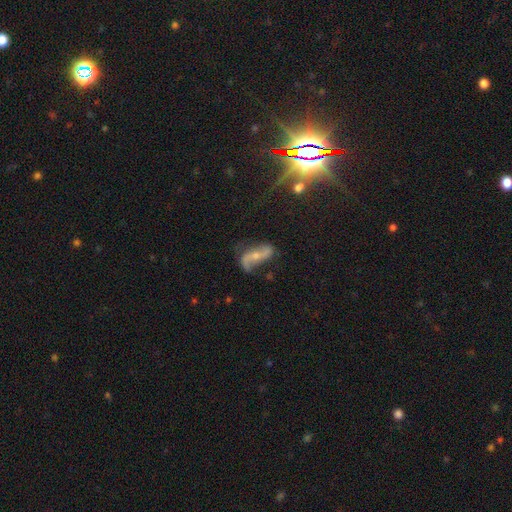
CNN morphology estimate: Smooth or featured? featured or disk (77%)
Edge-on disk? no (92%)
Bar? no (47%)
Spiral arms? yes (91%)
Spiral winding? loose (77%)
Spiral arm count? 2 (90%)
Bulge size? small (54%)
Merging? none (63%)